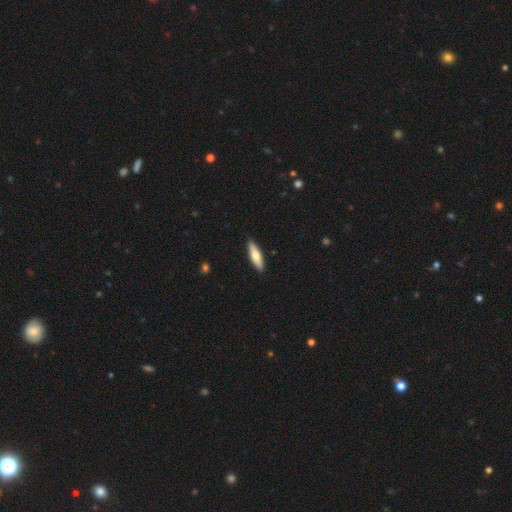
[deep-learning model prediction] Smooth or featured?
  - smooth: 66% *
  - featured or disk: 28%
  - star or artifact: 5%
How rounded?
  - cigar-shaped: 67% *
  - in between: 31%
  - round: 2%
Merging?
  - none: 90% *
  - minor disturbance: 7%
  - major disturbance: 1%
  - merger: 1%